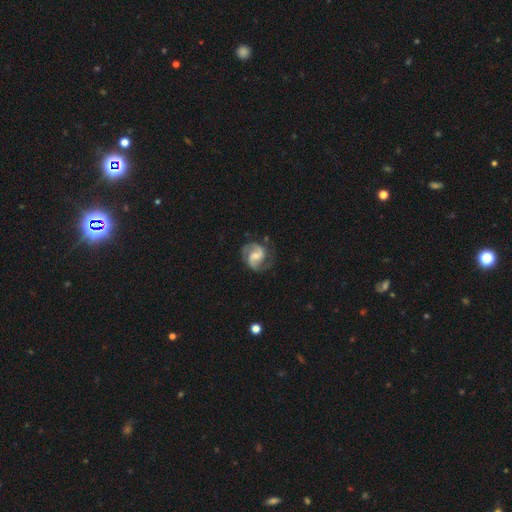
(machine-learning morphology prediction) This is clearly a featured or disk galaxy (86%). It is clearly not viewed edge-on (98%). Bar: possibly weak (51%). Spiral arm pattern: clearly yes (97%). Spiral arm count: clearly 2 (90%). Spiral winding: possibly medium (55%). Central bulge: marginally moderate (41%, tied with small). Merging: likely none (74%).